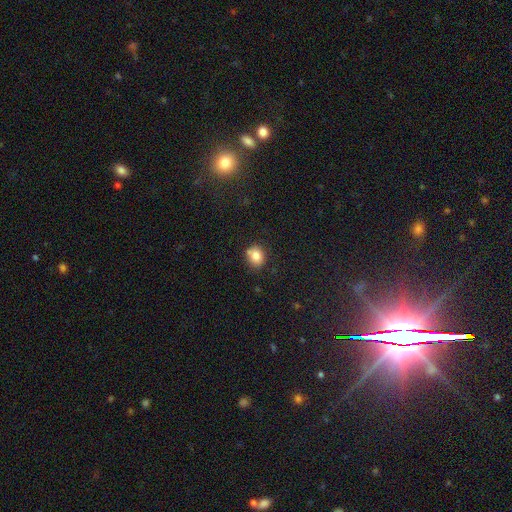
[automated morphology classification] smooth-or-featured: smooth: 80% | star or artifact: 11% | featured or disk: 9%
  how-rounded: round: 63% | in between: 36% | cigar-shaped: 1%
  merging: none: 67% | minor disturbance: 16% | merger: 13% | major disturbance: 4%